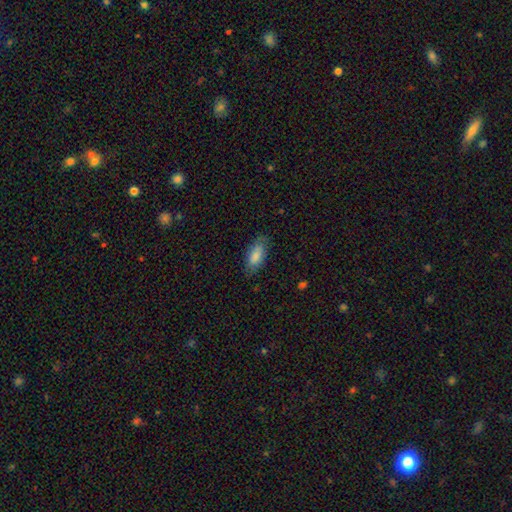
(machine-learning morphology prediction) This appears to be a smooth galaxy with no disk features (78%) that is in between round and cigar-shaped (86%). Merging: none (74%).